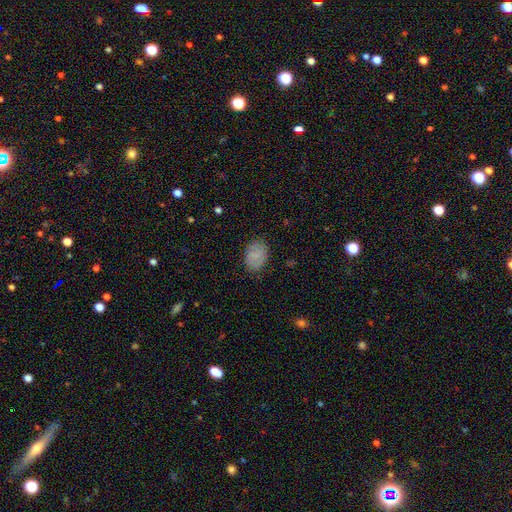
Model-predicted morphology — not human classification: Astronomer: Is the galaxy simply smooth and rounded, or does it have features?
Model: smooth — 79%.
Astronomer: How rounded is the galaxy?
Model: in between — 78%.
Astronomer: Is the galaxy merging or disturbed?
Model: none — 84%.